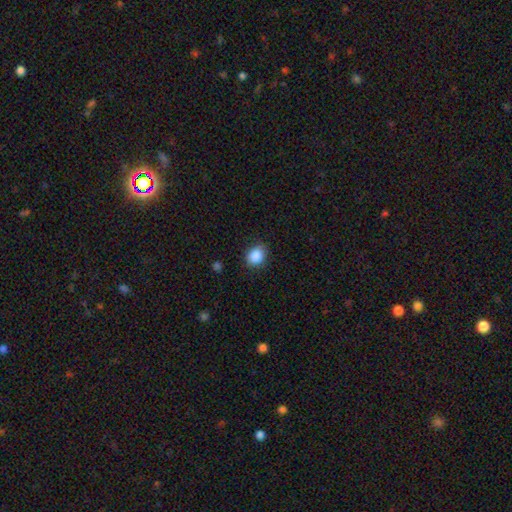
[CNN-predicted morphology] The model was most divided on "how rounded": round: 59%, in between: 40%, cigar-shaped: 1%. More confident: smooth or featured — smooth (88%); merging — none (84%).